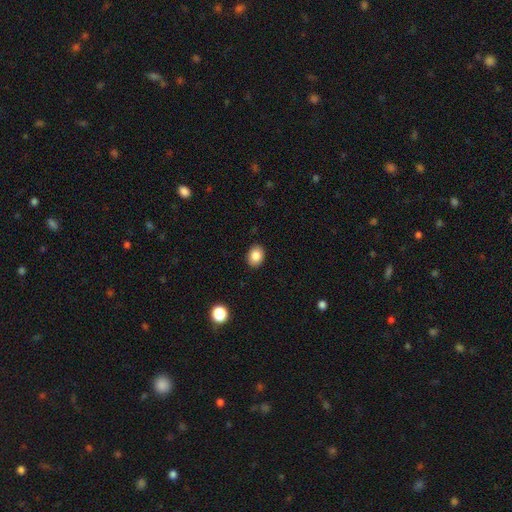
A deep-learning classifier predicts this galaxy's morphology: type=smooth (85%); roundness=in between (56%); merging=none (90%).